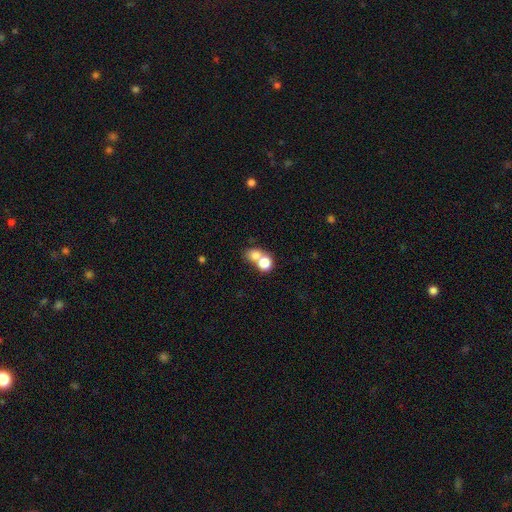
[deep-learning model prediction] smooth-or-featured: smooth: 75% | featured or disk: 13% | star or artifact: 12%
  how-rounded: round: 68% | in between: 31% | cigar-shaped: 1%
  merging: merger: 58% | none: 32% | minor disturbance: 6% | major disturbance: 4%